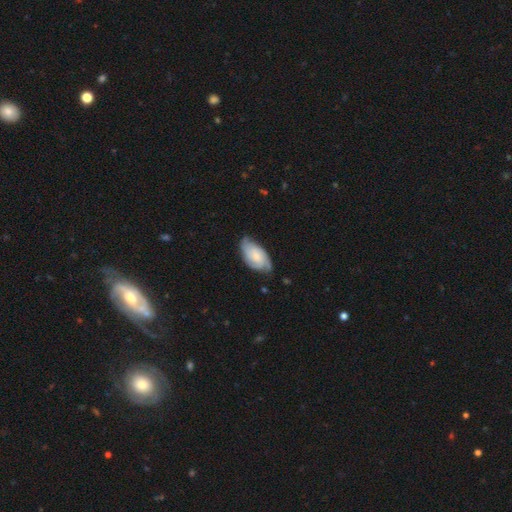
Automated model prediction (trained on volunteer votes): smooth_or_featured: featured or disk (p=0.62) [alt: smooth p=0.32]
disk_edge_on: no (p=0.95) [alt: yes p=0.05]
bar: no (p=0.71) [alt: weak p=0.25]
has_spiral_arms: yes (p=0.92) [alt: no p=0.08]
spiral_winding: tight (p=0.52) [alt: medium p=0.36]
spiral_arm_count: 2 (p=0.49) [alt: can't tell p=0.24]
bulge_size: small (p=0.51) [alt: moderate p=0.32]
merging: none (p=0.62) [alt: minor disturbance p=0.29]